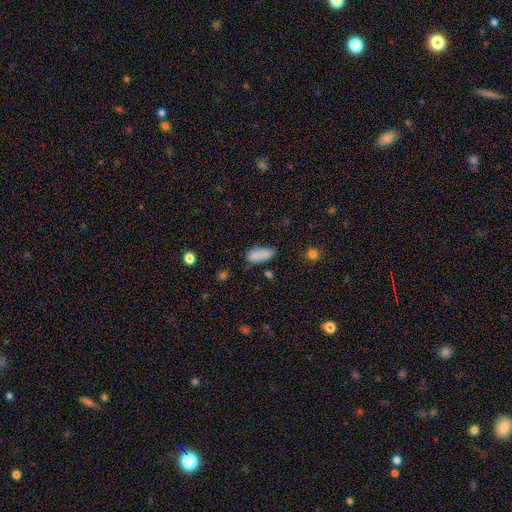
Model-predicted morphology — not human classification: smooth-or-featured: smooth: 81% | star or artifact: 9% | featured or disk: 9%
  how-rounded: in between: 88% | cigar-shaped: 8% | round: 4%
  merging: none: 50% | minor disturbance: 28% | merger: 13% | major disturbance: 9%